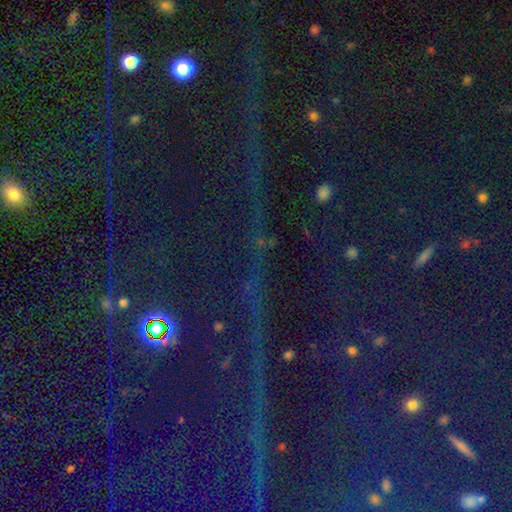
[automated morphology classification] Smooth or featured? star or artifact (82%)